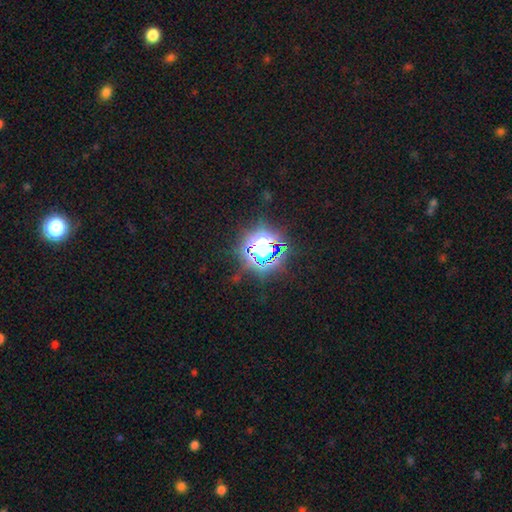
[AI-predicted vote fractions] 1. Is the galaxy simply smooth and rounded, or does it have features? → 69% star or artifact, 21% smooth, 10% featured or disk.